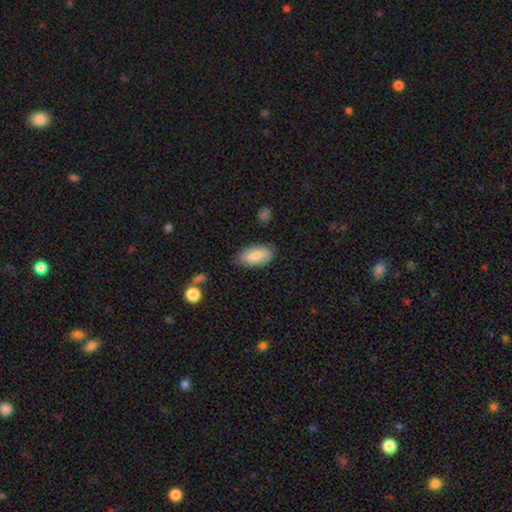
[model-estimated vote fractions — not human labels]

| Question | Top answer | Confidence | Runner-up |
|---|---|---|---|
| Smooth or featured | smooth | 76% | featured or disk (18%) |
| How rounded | in between | 91% | cigar-shaped (6%) |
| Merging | none | 77% | minor disturbance (18%) |